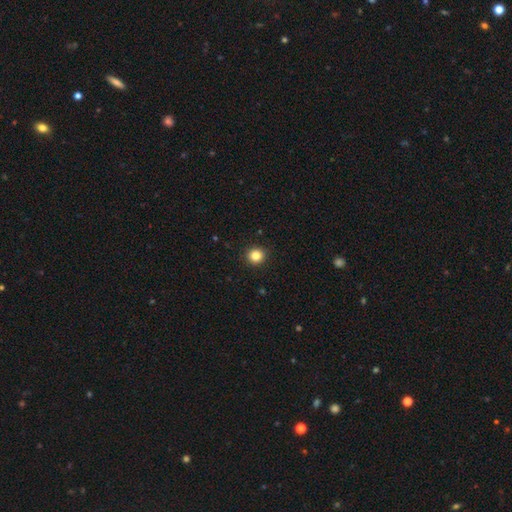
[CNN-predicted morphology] smooth_or_featured: smooth (p=0.84) [alt: star or artifact p=0.12]
how_rounded: round (p=0.91) [alt: in between p=0.08]
merging: none (p=0.92) [alt: minor disturbance p=0.05]